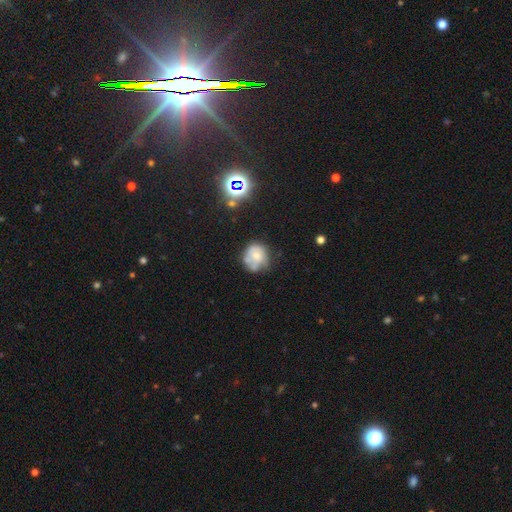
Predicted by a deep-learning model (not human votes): This is possibly a smooth galaxy (51%). How rounded: likely round (77%). Merging: possibly none (47%).